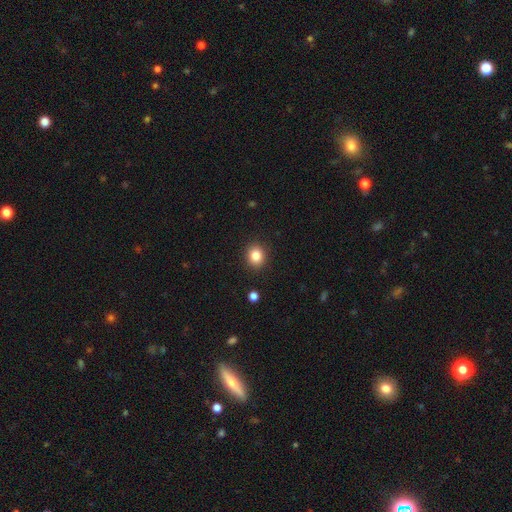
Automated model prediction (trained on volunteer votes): A smooth galaxy with no disk features (85%) that is round (72%). Merging: none (90%).